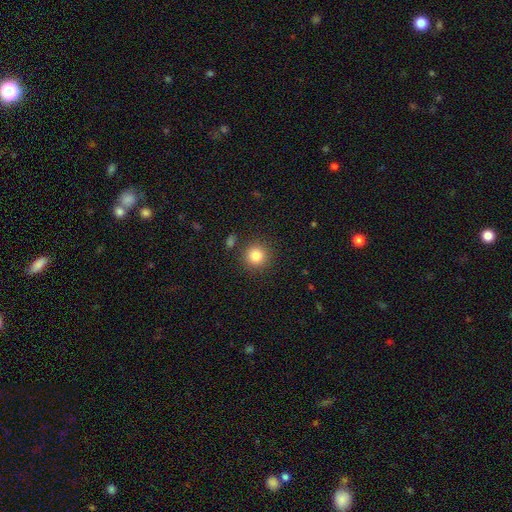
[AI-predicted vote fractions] Overall: smooth (83%). How rounded: round (94%). Merging: none (88%).